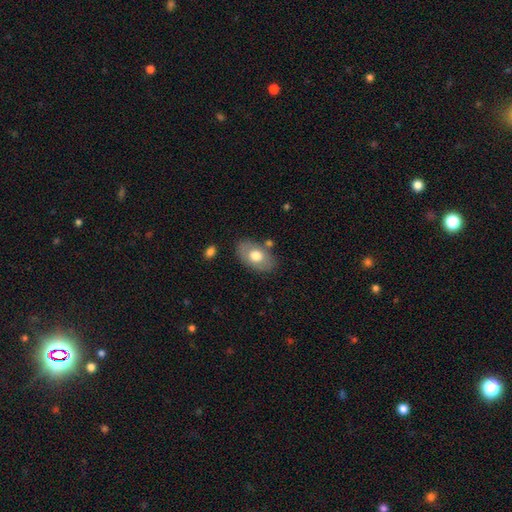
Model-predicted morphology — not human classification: Smooth or featured?
  - smooth: 65% *
  - featured or disk: 29%
  - star or artifact: 6%
How rounded?
  - in between: 88% *
  - round: 11%
  - cigar-shaped: 1%
Merging?
  - none: 76% *
  - minor disturbance: 15%
  - merger: 5%
  - major disturbance: 4%